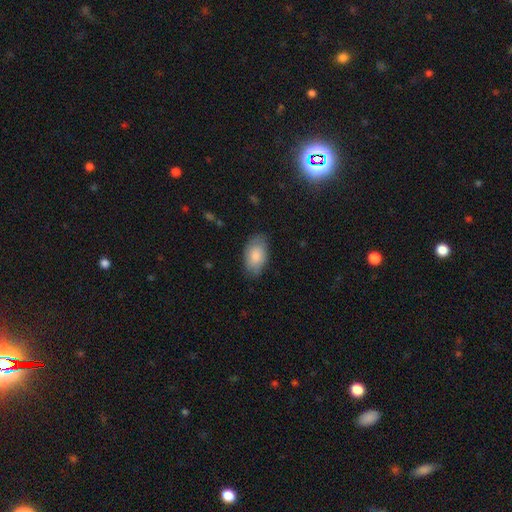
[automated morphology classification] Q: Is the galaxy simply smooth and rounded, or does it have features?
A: smooth — 84%.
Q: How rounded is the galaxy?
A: in between — 94%.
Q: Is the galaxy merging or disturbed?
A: none — 77%.